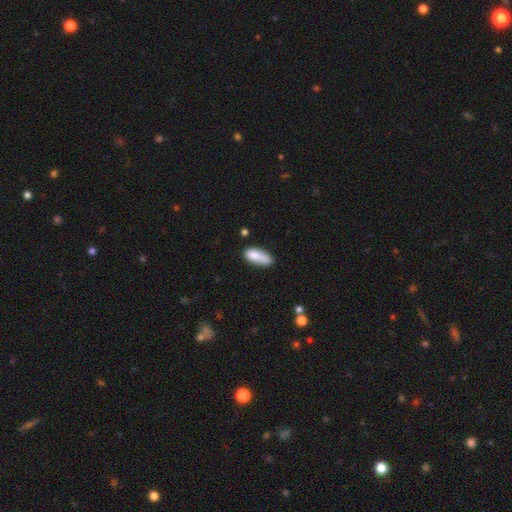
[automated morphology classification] This appears to be a smooth galaxy with no disk features (82%) that is in between round and cigar-shaped (77%). Merging: none (51%).